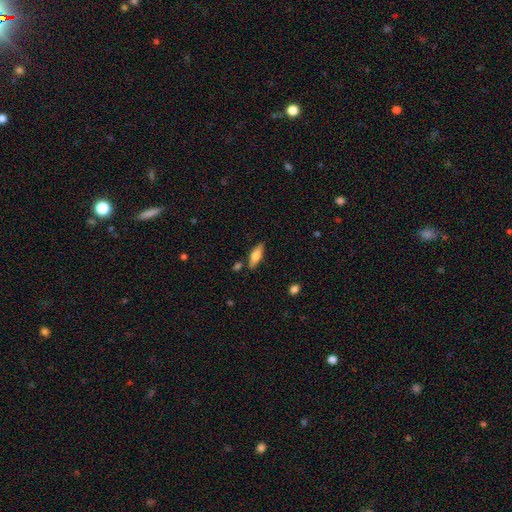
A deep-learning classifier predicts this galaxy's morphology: Smooth or featured?
  - smooth: 51% *
  - featured or disk: 43%
  - star or artifact: 6%
How rounded?
  - in between: 54% *
  - cigar-shaped: 43%
  - round: 3%
Merging?
  - none: 83% *
  - minor disturbance: 11%
  - merger: 4%
  - major disturbance: 3%